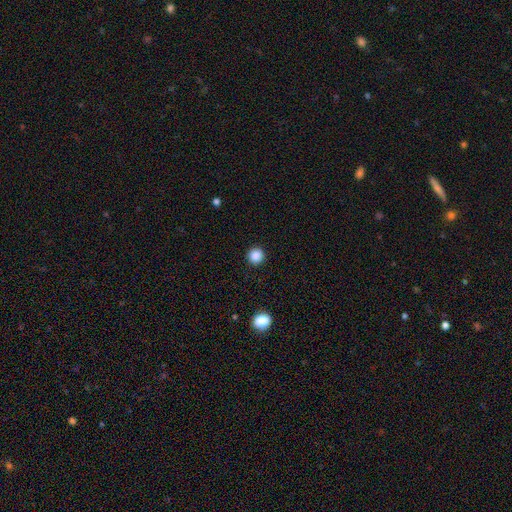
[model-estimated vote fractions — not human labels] Q: Smooth or featured?
A: smooth (87%); runner-up: star or artifact (10%)
Q: How rounded?
A: round (95%); runner-up: in between (4%)
Q: Merging?
A: none (92%); runner-up: minor disturbance (5%)